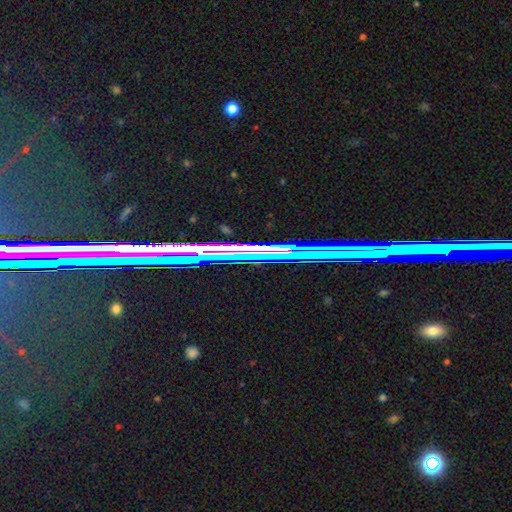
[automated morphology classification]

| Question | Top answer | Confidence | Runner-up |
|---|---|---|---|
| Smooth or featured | star or artifact | 74% | featured or disk (16%) |